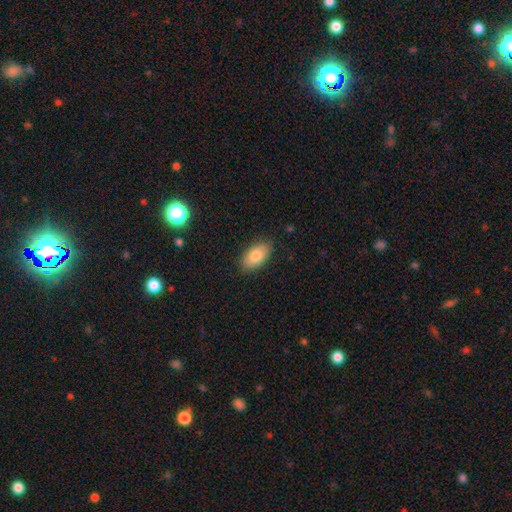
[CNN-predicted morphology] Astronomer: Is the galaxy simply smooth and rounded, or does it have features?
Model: smooth — 81%.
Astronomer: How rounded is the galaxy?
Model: in between — 94%.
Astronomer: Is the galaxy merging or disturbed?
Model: none — 85%.